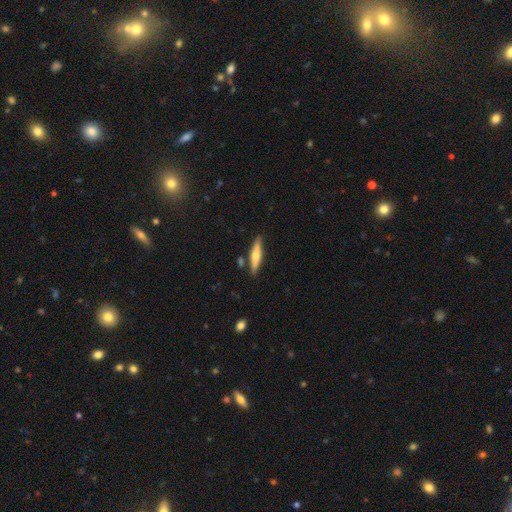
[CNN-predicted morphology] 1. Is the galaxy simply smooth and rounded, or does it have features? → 48% smooth, 46% featured or disk, 6% star or artifact.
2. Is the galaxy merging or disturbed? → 82% none, 11% minor disturbance, 5% merger, 2% major disturbance.